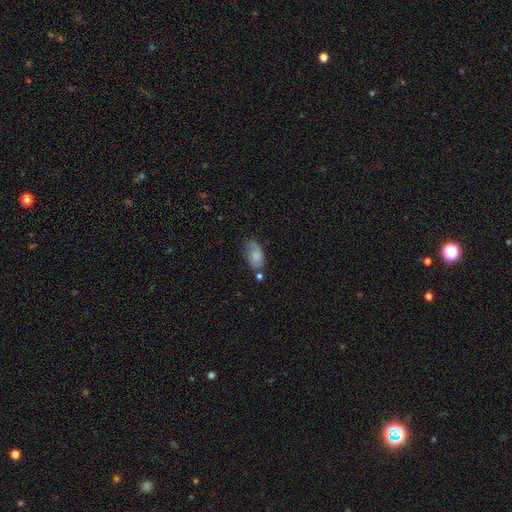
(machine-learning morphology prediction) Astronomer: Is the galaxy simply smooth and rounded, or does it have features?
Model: smooth — 77%.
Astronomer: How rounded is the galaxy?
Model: in between — 92%.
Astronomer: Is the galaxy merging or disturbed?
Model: none — 54%.